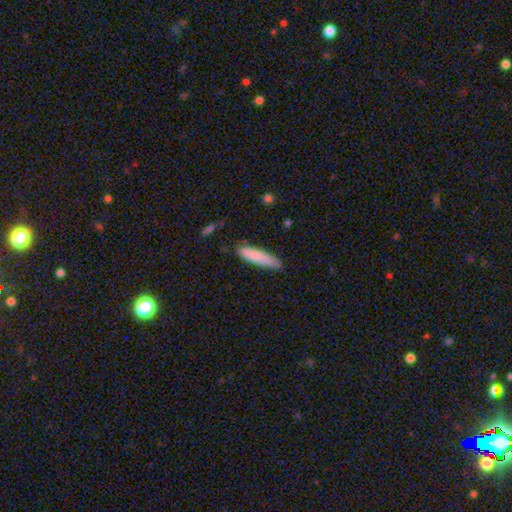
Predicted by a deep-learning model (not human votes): The model was most divided on "merging": none: 77%, minor disturbance: 19%, major disturbance: 3%, merger: 2%. More confident: smooth or featured — smooth (83%); how rounded — cigar-shaped (81%).